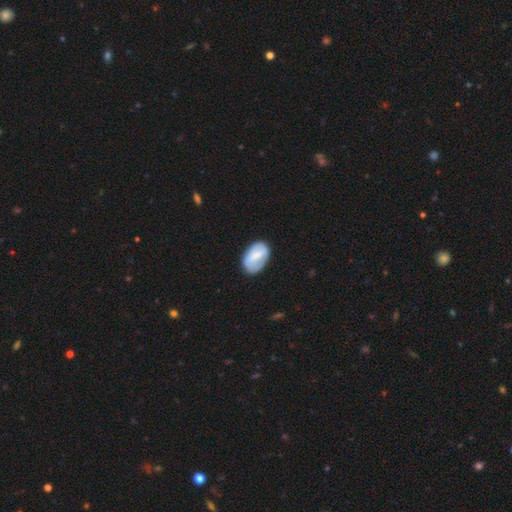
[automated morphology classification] A smooth galaxy with no disk features (63%) that is in between round and cigar-shaped (90%). Merging: none (73%).